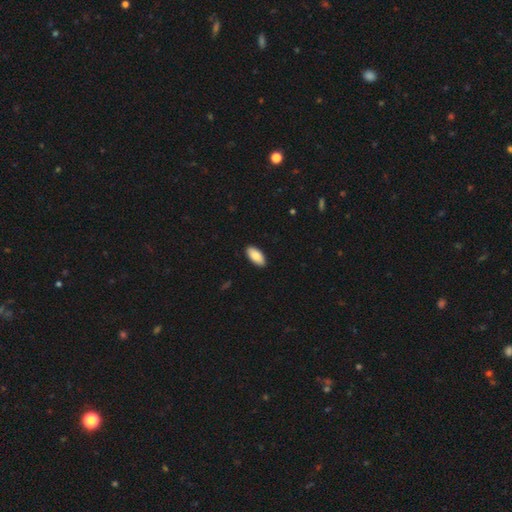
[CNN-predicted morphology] Smooth or featured? smooth (84%)
How rounded? in between (92%)
Merging? none (90%)